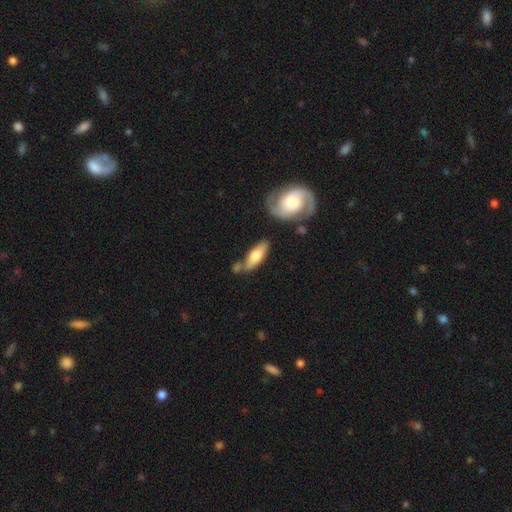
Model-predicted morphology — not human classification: Smooth or featured? Predicted: smooth (p=0.61). How rounded? Predicted: in between (p=0.60). Merging? Predicted: none (p=0.66).